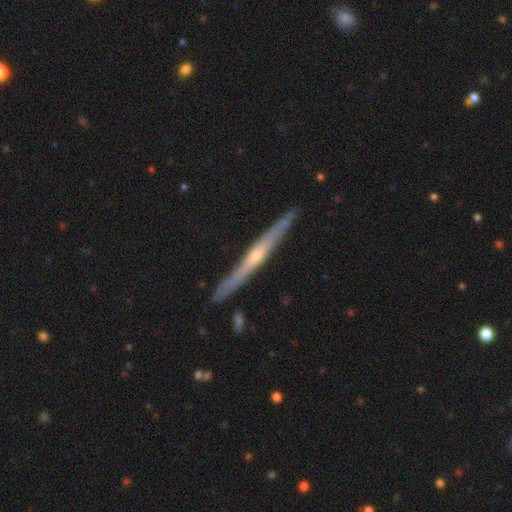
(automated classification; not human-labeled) This appears to be a featured or disk galaxy (81%) viewed edge-on (97%) with a rounded central bulge (77%). Merging: none (89%).